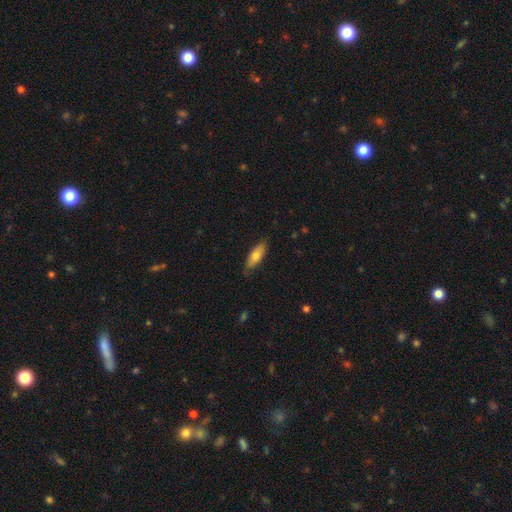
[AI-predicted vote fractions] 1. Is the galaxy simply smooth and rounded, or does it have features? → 70% smooth, 24% featured or disk, 6% star or artifact.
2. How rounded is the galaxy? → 63% in between, 35% cigar-shaped, 2% round.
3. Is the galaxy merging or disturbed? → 81% none, 16% minor disturbance, 2% major disturbance, 1% merger.